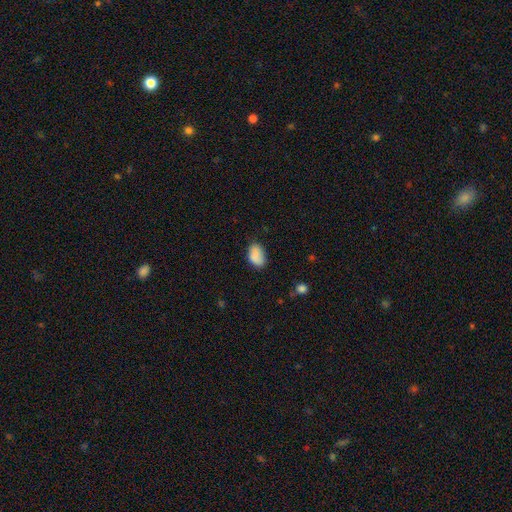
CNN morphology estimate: smooth-or-featured: smooth: 86% | star or artifact: 8% | featured or disk: 6%
  how-rounded: in between: 88% | round: 11% | cigar-shaped: 1%
  merging: none: 72% | minor disturbance: 22% | major disturbance: 4% | merger: 2%